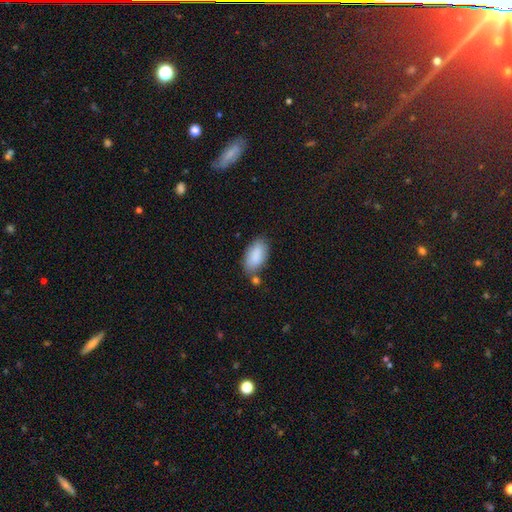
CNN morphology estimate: This is clearly a smooth galaxy (87%). How rounded: clearly in between (93%). Merging: likely none (63%).